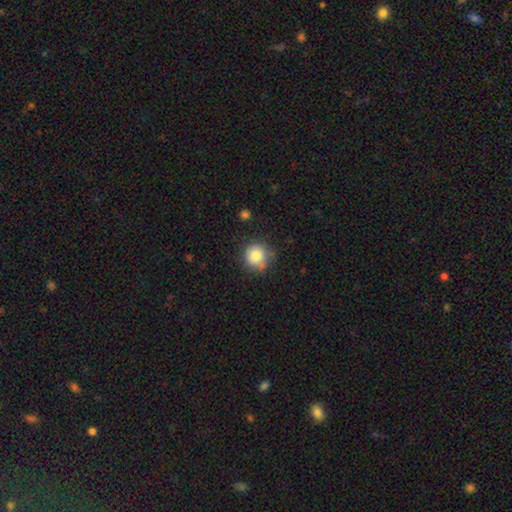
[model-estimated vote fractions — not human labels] Smooth or featured?
  - smooth: 84% *
  - star or artifact: 10%
  - featured or disk: 7%
How rounded?
  - round: 91% *
  - in between: 8%
  - cigar-shaped: 1%
Merging?
  - none: 70% *
  - minor disturbance: 20%
  - major disturbance: 5%
  - merger: 4%